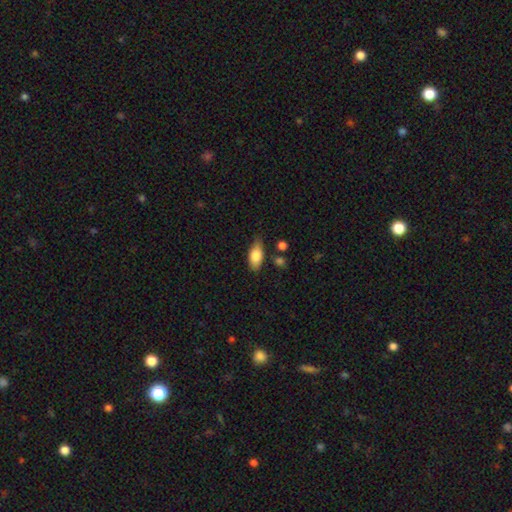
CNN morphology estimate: smooth 79%, featured or disk 14%, star or artifact 7%. Down the decision tree: how rounded — in between (86%); merging — none (68%).